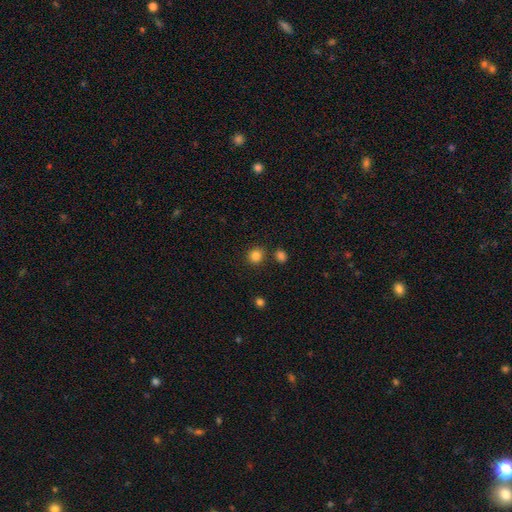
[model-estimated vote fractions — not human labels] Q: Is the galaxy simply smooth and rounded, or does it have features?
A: smooth — 85%.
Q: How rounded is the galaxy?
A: round — 89%.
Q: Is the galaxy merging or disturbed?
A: none — 84%.